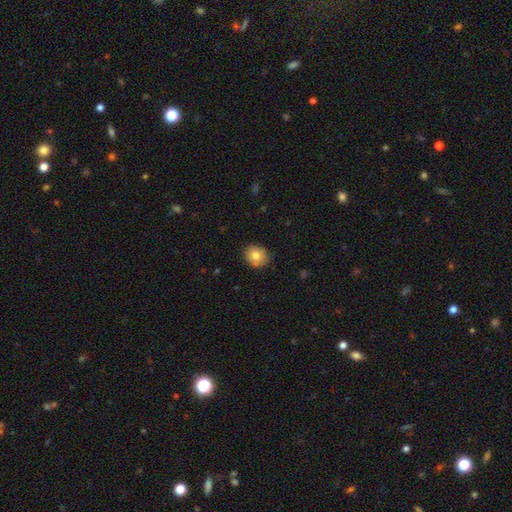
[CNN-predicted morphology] The model was most divided on "how rounded": round: 75%, in between: 24%, cigar-shaped: 1%. More confident: merging — none (85%); smooth or featured — smooth (79%).